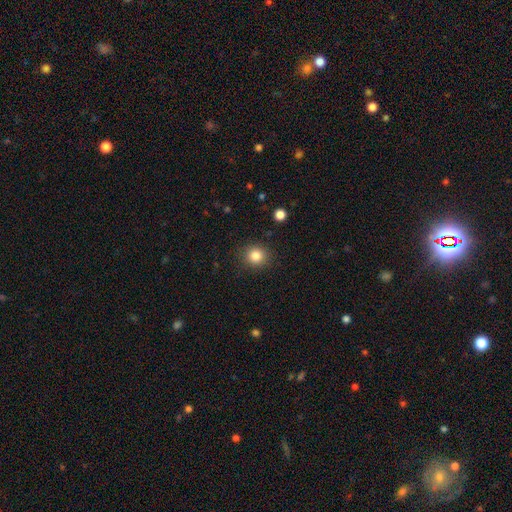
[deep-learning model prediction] Smooth or featured? Predicted: smooth (p=0.84). How rounded? Predicted: round (p=0.87). Merging? Predicted: none (p=0.89).